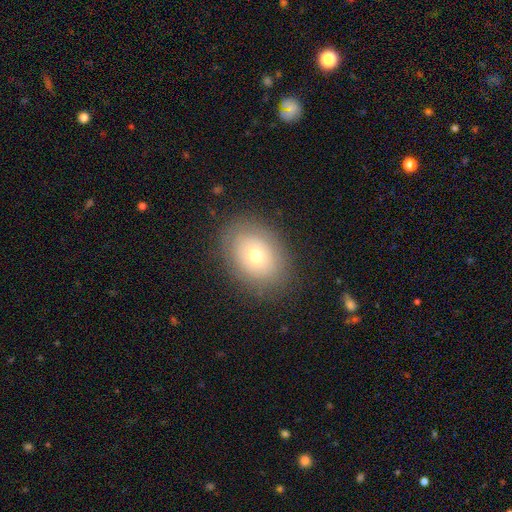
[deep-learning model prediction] Smooth or featured? Predicted: smooth (p=0.66). How rounded? Predicted: in between (p=0.69). Merging? Predicted: none (p=0.83).